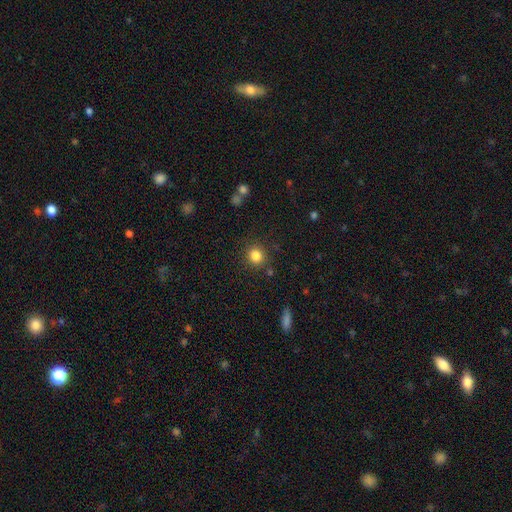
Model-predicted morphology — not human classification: The model was most divided on "how rounded": round: 86%, in between: 13%, cigar-shaped: 1%. More confident: merging — none (86%); smooth or featured — smooth (84%).